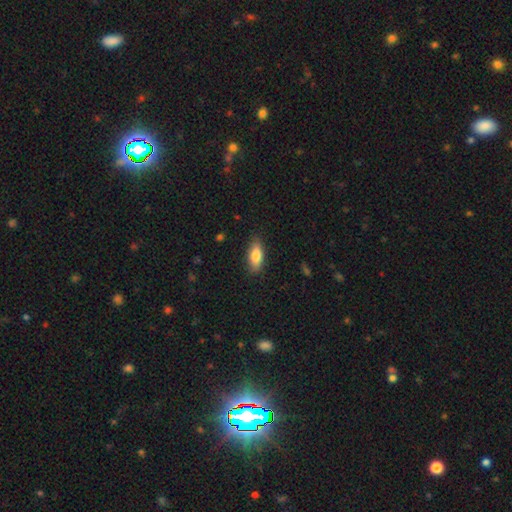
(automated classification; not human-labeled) smooth 79%, featured or disk 14%, star or artifact 7%. Down the decision tree: how rounded — in between (81%); merging — none (84%).